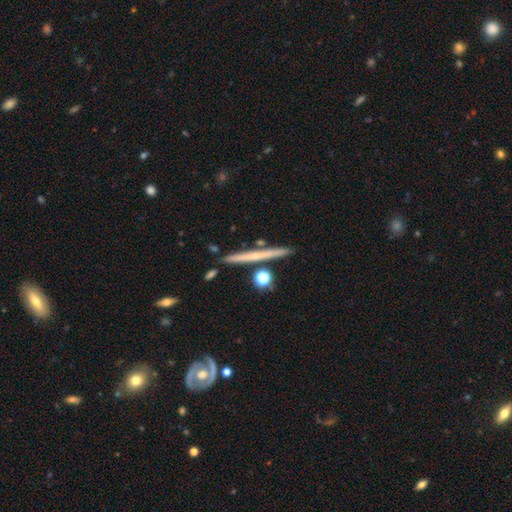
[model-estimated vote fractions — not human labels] smooth_or_featured: featured or disk (p=0.54) [alt: smooth p=0.39]
disk_edge_on: yes (p=0.96) [alt: no p=0.04]
edge_on_bulge: none (p=0.78) [alt: rounded p=0.18]
merging: none (p=0.87) [alt: minor disturbance p=0.08]